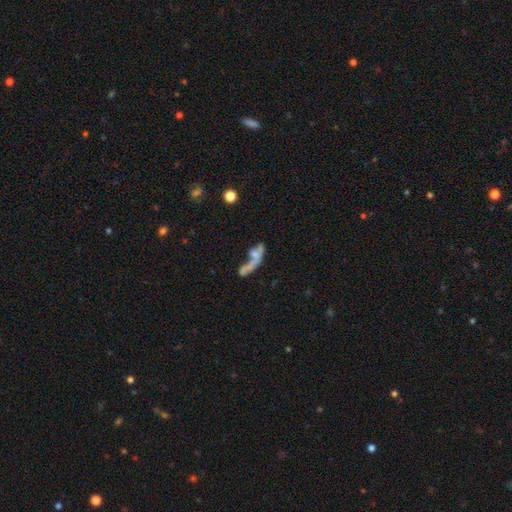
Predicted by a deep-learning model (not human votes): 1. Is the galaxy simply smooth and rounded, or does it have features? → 48% smooth, 40% featured or disk, 13% star or artifact.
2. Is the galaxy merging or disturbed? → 44% merger, 24% major disturbance, 22% none, 11% minor disturbance.